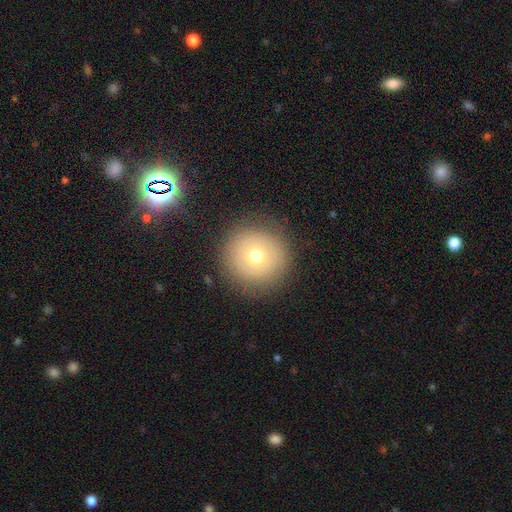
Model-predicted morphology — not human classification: Smooth or featured? Predicted: smooth (p=0.66). How rounded? Predicted: round (p=0.95). Merging? Predicted: none (p=0.86).